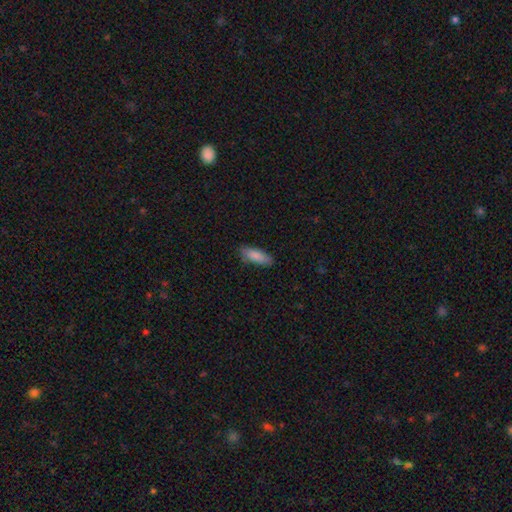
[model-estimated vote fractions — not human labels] Overall: smooth (86%). How rounded: in between (64%; cigar-shaped 35%). Merging: none (82%).